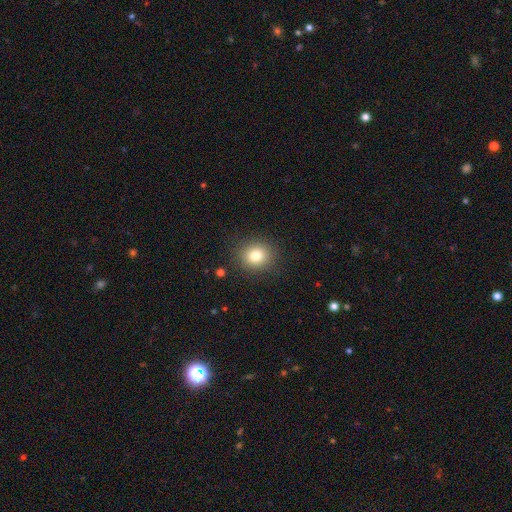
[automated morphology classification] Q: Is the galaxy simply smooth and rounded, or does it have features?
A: smooth — 80%.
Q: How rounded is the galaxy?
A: round — 80%.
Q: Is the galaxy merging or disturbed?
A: none — 88%.